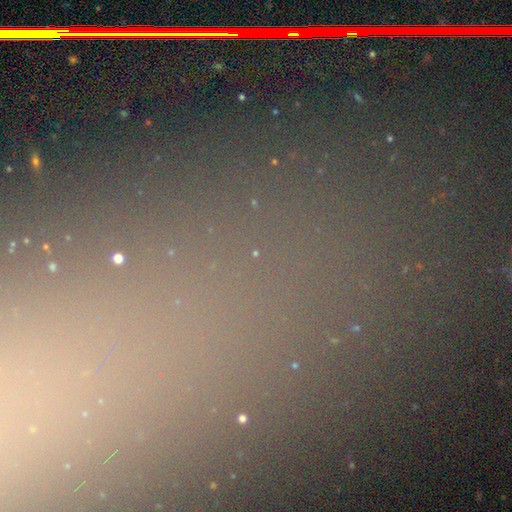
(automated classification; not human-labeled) Smooth or featured? star or artifact (72%)